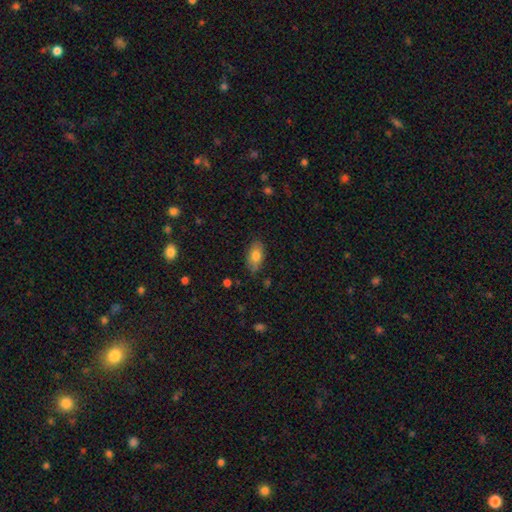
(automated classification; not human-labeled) This appears to be a smooth galaxy with no disk features (78%) that is in between round and cigar-shaped (90%). Merging: none (81%).